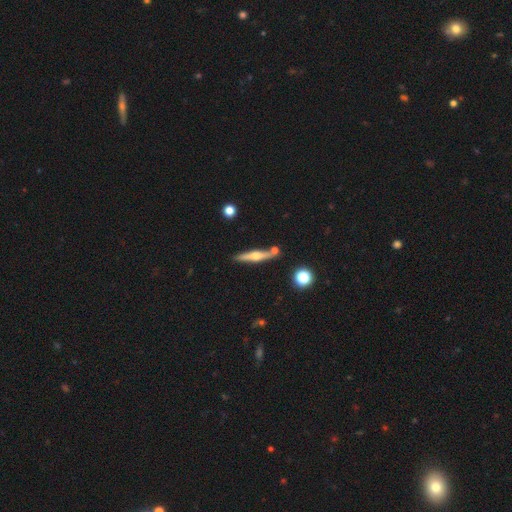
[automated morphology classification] A featured or disk galaxy (64%) viewed edge-on (96%) with a rounded central bulge (91%).

Vote fractions:
- Smooth or featured? featured or disk: 64% / smooth: 29% / star or artifact: 6%
- Edge-on disk? yes: 96% / no: 4%
- Edge-on bulge? rounded: 91% / boxy: 5% / none: 4%
- Merging? none: 80% / minor disturbance: 9% / merger: 8% / major disturbance: 2%